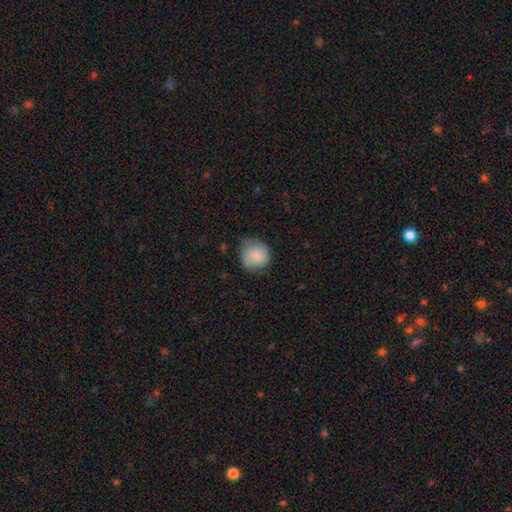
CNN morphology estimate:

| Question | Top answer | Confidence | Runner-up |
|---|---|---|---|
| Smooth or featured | smooth | 72% | featured or disk (21%) |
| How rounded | round | 85% | in between (14%) |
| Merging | none | 63% | minor disturbance (28%) |